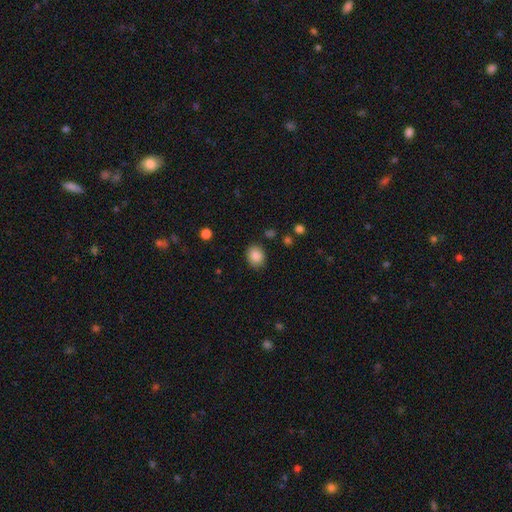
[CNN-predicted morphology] type=smooth (86%); roundness=round (60%); merging=none (86%).